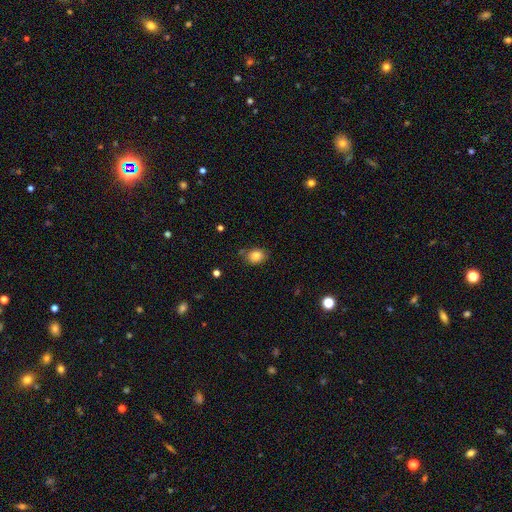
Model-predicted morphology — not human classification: Smooth or featured? Predicted: smooth (p=0.84). How rounded? Predicted: round (p=0.50). Merging? Predicted: none (p=0.78).